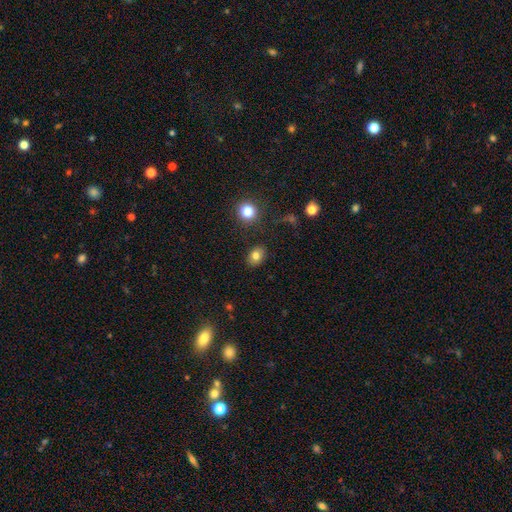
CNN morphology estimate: A smooth galaxy with no disk features (78%) that is in between round and cigar-shaped (63%).

Vote fractions:
- Smooth or featured? smooth: 78% / star or artifact: 11% / featured or disk: 10%
- How rounded? in between: 63% / round: 36% / cigar-shaped: 1%
- Merging? none: 86% / minor disturbance: 10% / major disturbance: 3% / merger: 2%